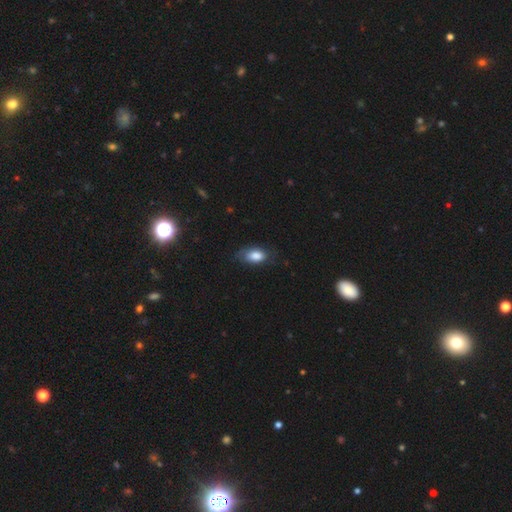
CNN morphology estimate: type=smooth (82%); roundness=in between (90%); merging=none (69%).